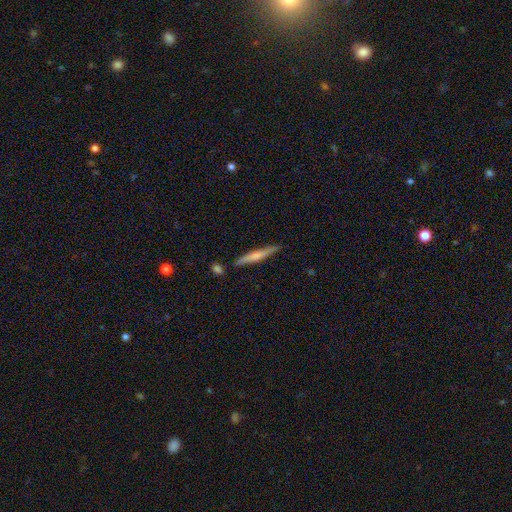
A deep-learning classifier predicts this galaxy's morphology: The model was most divided on "smooth or featured": smooth: 56%, featured or disk: 39%, star or artifact: 6%. More confident: how rounded — cigar-shaped (93%); merging — none (81%).